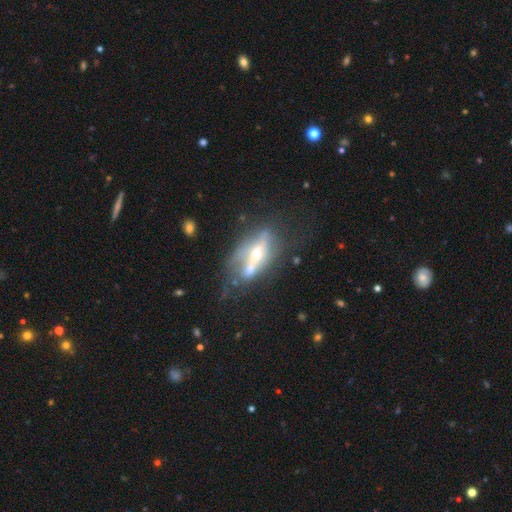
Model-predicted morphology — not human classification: A featured or disk galaxy (70%) viewed edge-on (59%).

Vote fractions:
- Smooth or featured? featured or disk: 70% / smooth: 22% / star or artifact: 8%
- Edge-on disk? yes: 59% / no: 41%
- Merging? none: 42% / merger: 24% / minor disturbance: 19% / major disturbance: 15%